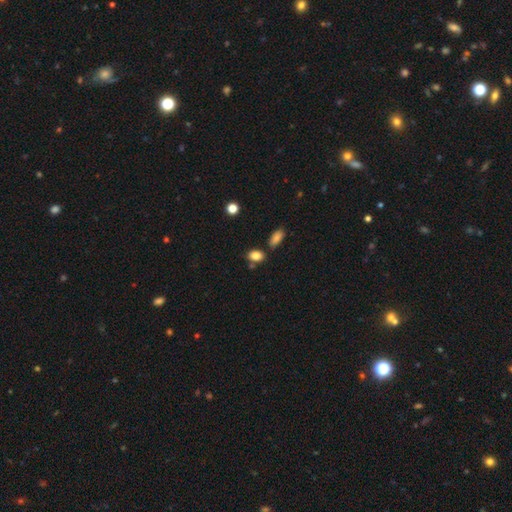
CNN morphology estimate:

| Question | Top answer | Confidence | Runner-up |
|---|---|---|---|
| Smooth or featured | smooth | 85% | star or artifact (10%) |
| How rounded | in between | 80% | round (18%) |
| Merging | none | 69% | minor disturbance (14%) |